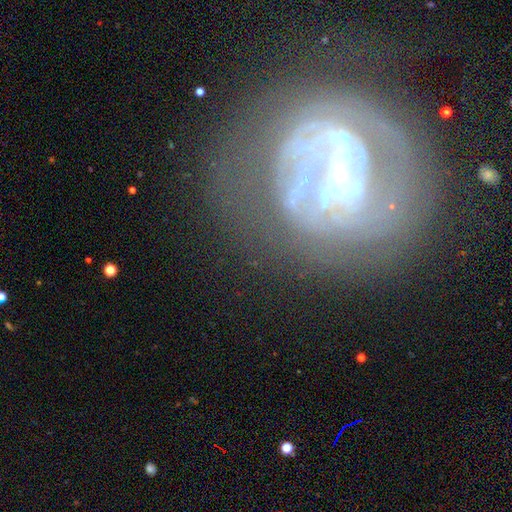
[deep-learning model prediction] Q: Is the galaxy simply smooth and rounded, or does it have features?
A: featured or disk — 72%.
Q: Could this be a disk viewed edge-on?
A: no — 95%.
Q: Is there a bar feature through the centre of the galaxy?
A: strong — 38%.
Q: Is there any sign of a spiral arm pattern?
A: yes — 59%.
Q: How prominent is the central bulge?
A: none — 39%.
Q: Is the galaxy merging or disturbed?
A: none — 53%.